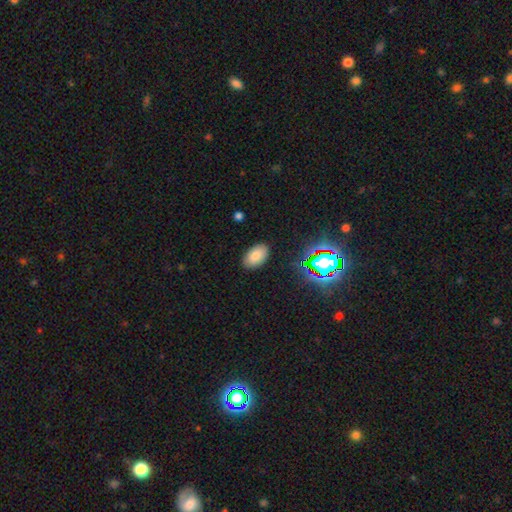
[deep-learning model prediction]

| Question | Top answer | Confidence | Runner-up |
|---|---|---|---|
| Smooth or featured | smooth | 78% | star or artifact (13%) |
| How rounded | in between | 92% | round (6%) |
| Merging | none | 87% | minor disturbance (10%) |